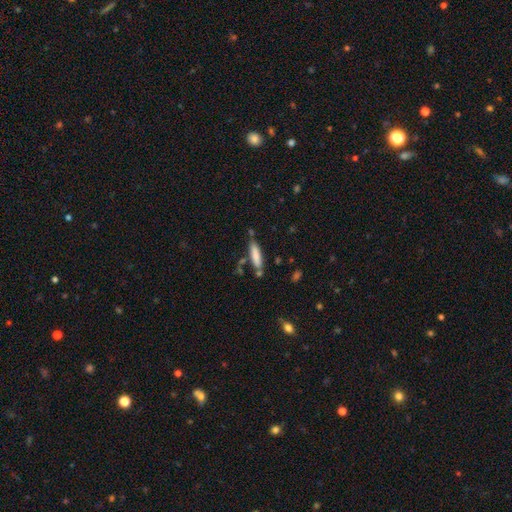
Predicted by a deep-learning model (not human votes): A smooth galaxy with no disk features (79%) that is cigar-shaped (71%). Merging: none (68%).